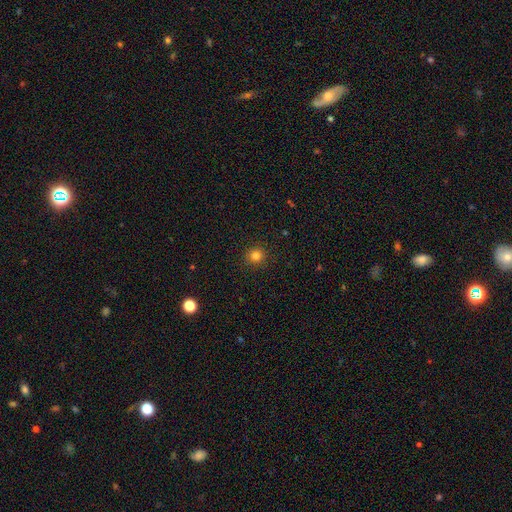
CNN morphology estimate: type=smooth (82%); roundness=round (92%); merging=none (92%).